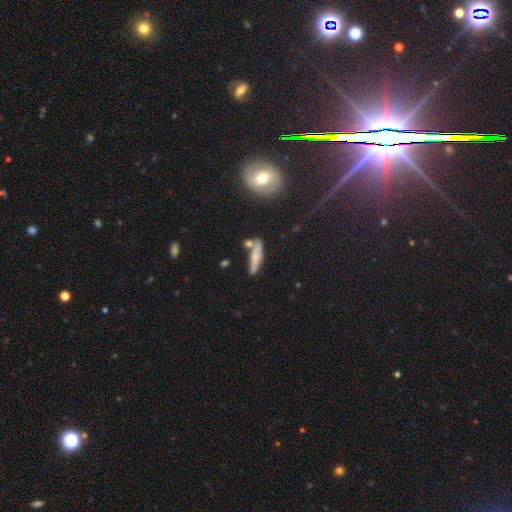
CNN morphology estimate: Smooth or featured?
  - smooth: 62% *
  - featured or disk: 29%
  - star or artifact: 9%
How rounded?
  - cigar-shaped: 77% *
  - in between: 20%
  - round: 3%
Merging?
  - none: 67% *
  - minor disturbance: 16%
  - merger: 13%
  - major disturbance: 4%